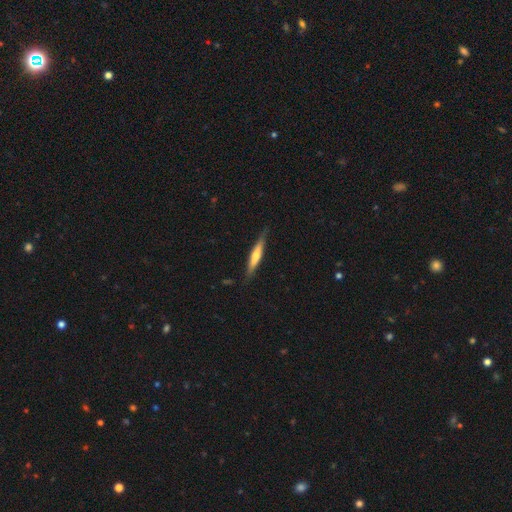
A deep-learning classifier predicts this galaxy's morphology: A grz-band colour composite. It shows a featured or disk galaxy (51%) viewed edge-on (94%). Merging: none (83%).